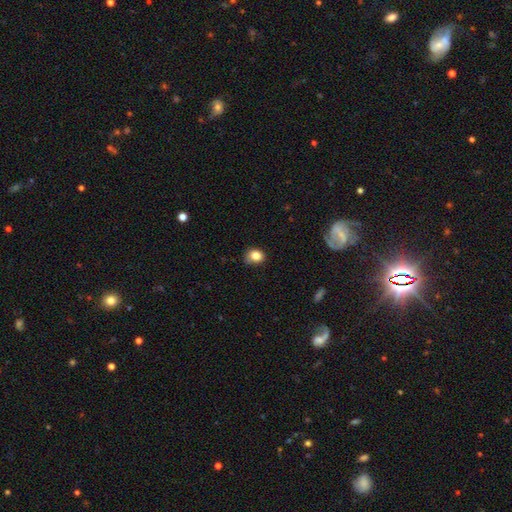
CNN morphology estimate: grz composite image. It shows a smooth galaxy with no disk features (83%) that is round (58%). Merging: none (68%).